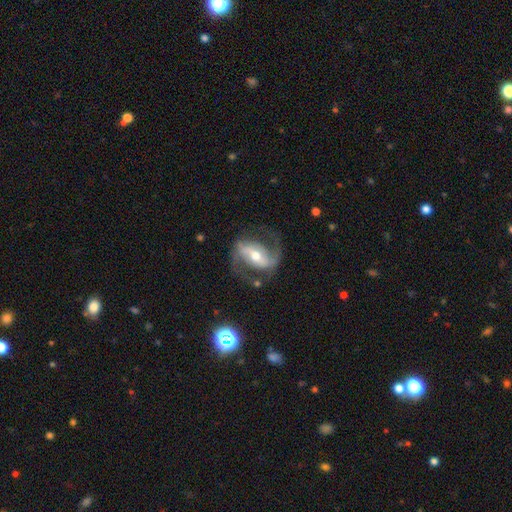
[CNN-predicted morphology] Q: Smooth or featured?
A: featured or disk (86%); runner-up: smooth (9%)
Q: Edge-on disk?
A: no (96%); runner-up: yes (4%)
Q: Bar?
A: strong (51%); runner-up: weak (33%)
Q: Spiral arms?
A: yes (94%); runner-up: no (6%)
Q: Spiral winding?
A: medium (48%); runner-up: loose (38%)
Q: Spiral arm count?
A: 2 (90%); runner-up: can't tell (4%)
Q: Bulge size?
A: moderate (65%); runner-up: small (26%)
Q: Merging?
A: none (70%); runner-up: minor disturbance (16%)